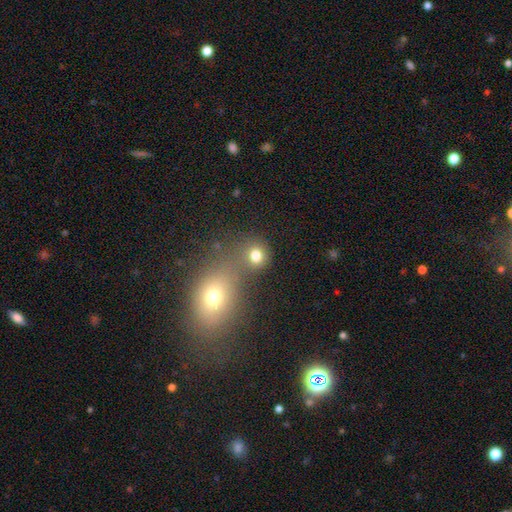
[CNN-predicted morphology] Q: Smooth or featured?
A: smooth (77%); runner-up: star or artifact (15%)
Q: How rounded?
A: round (81%); runner-up: in between (18%)
Q: Merging?
A: none (56%); runner-up: merger (31%)